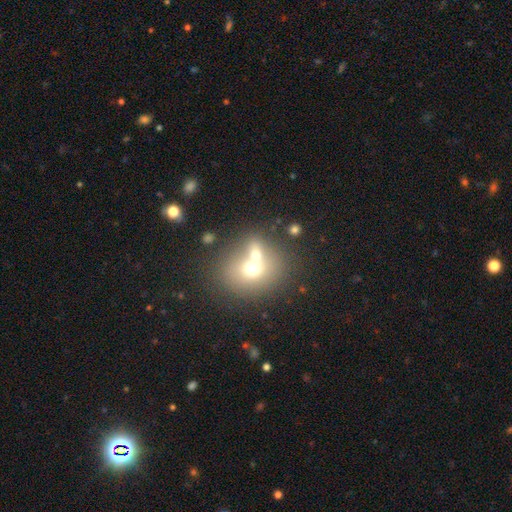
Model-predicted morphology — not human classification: smooth_or_featured: smooth (p=0.64) [alt: featured or disk p=0.23]
how_rounded: round (p=0.64) [alt: in between p=0.35]
merging: merger (p=0.55) [alt: none p=0.32]